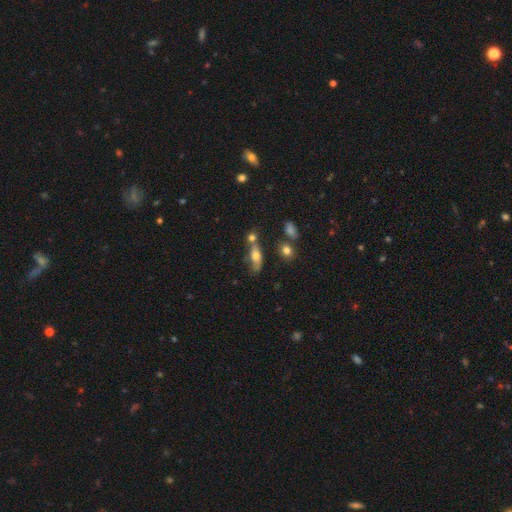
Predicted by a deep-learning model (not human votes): Smooth or featured? smooth (64%)
How rounded? in between (60%)
Merging? none (46%)